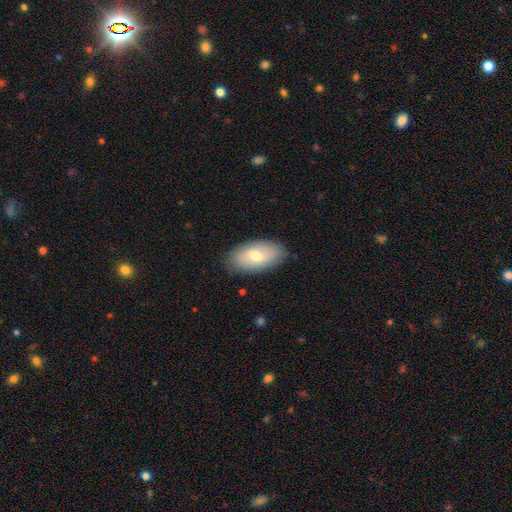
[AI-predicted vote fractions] Smooth or featured? smooth (66%)
How rounded? in between (93%)
Merging? none (83%)